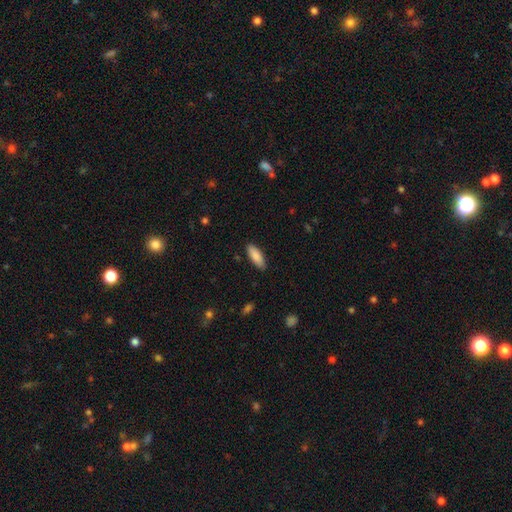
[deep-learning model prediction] This appears to be a smooth galaxy with no disk features (88%) that is in between round and cigar-shaped (68%). Merging: none (87%).